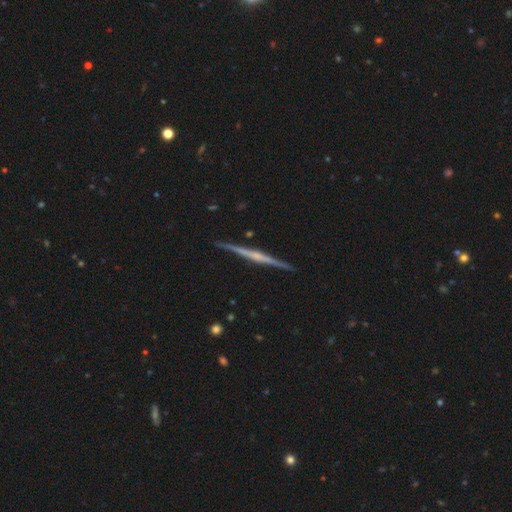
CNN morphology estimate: Smooth or featured: featured or disk — 81% (smooth — 13%)
Edge-on disk: yes — 99% (no — 1%)
Edge-on bulge: rounded — 54% (none — 30%)
Merging: none — 92% (minor disturbance — 6%)